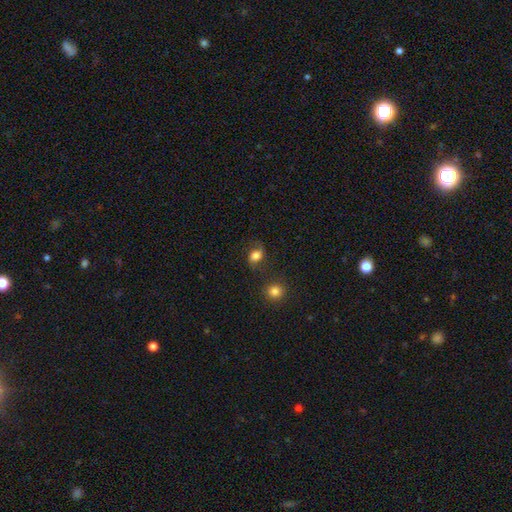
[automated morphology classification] Smooth or featured? Predicted: smooth (p=0.76). How rounded? Predicted: in between (p=0.65). Merging? Predicted: none (p=0.68).